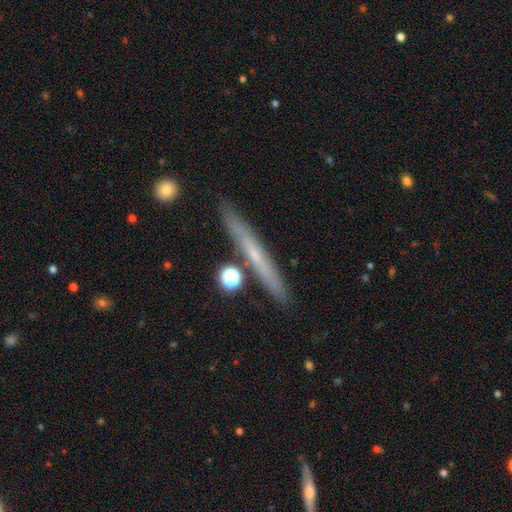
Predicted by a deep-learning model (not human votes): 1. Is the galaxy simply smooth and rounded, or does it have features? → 51% featured or disk, 41% smooth, 8% star or artifact.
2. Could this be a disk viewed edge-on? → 93% yes, 7% no.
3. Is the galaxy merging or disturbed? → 87% none, 8% minor disturbance, 3% merger, 2% major disturbance.